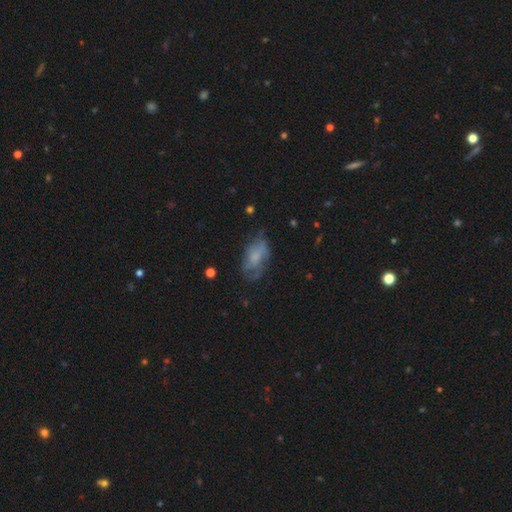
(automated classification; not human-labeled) A smooth galaxy with no disk features (54%) that is in between round and cigar-shaped (90%). Merging: none (50%).